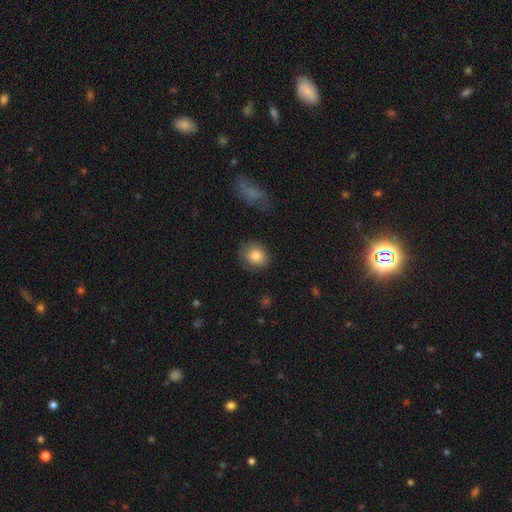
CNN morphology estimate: smooth-or-featured: smooth: 83% | featured or disk: 9% | star or artifact: 8%
  how-rounded: round: 69% | in between: 30% | cigar-shaped: 1%
  merging: none: 77% | minor disturbance: 16% | major disturbance: 5% | merger: 2%